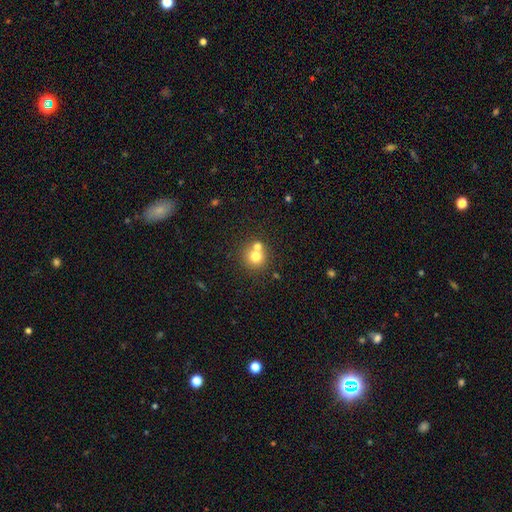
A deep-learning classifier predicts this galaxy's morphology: Smooth or featured: smooth — 73% (featured or disk — 15%)
How rounded: round — 89% (in between — 10%)
Merging: none — 51% (merger — 40%)